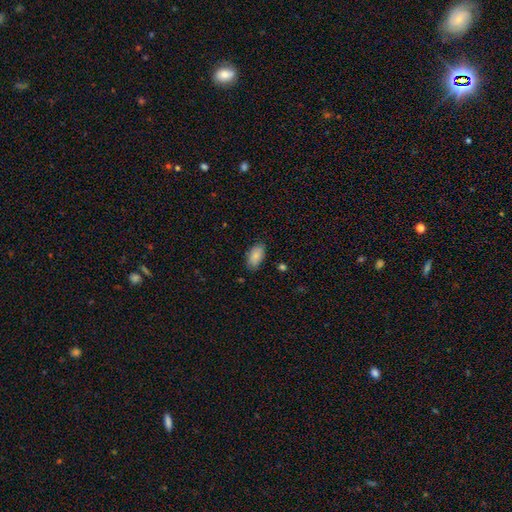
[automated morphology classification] A smooth galaxy with no disk features (86%) that is in between round and cigar-shaped (94%). Merging: none (80%).